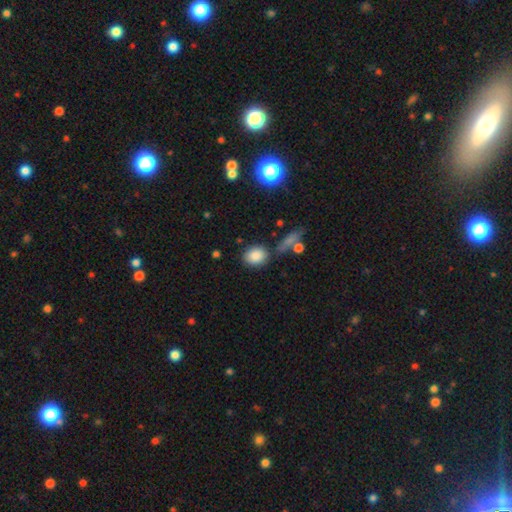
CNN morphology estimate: Smooth or featured? Predicted: smooth (p=0.86). How rounded? Predicted: round (p=0.54). Merging? Predicted: none (p=0.75).